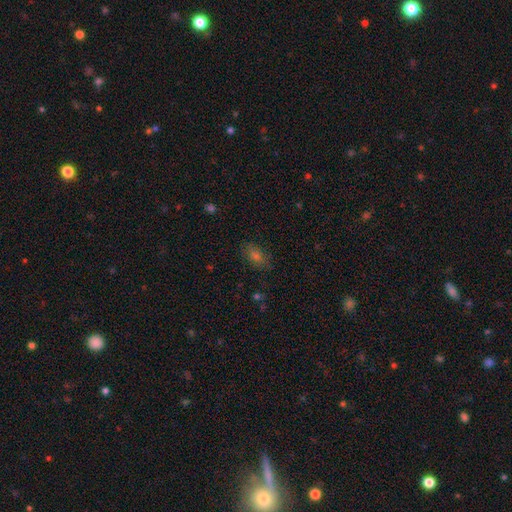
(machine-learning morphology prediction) This appears to be a smooth galaxy with no disk features (66%) that is in between round and cigar-shaped (81%). Merging: none (83%).